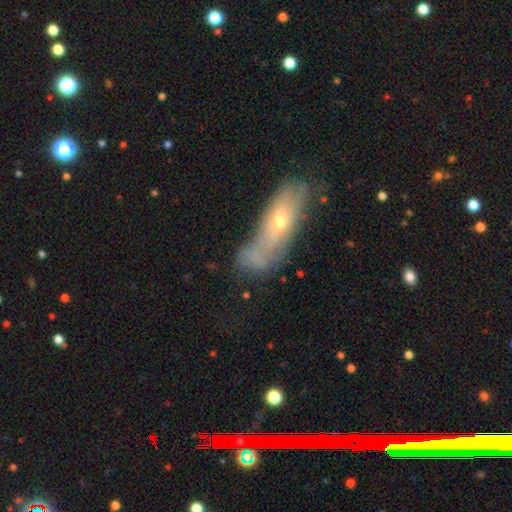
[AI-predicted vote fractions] smooth-or-featured: smooth: 47% | featured or disk: 43% | star or artifact: 10%
  merging: none: 37% | minor disturbance: 25% | major disturbance: 21% | merger: 17%